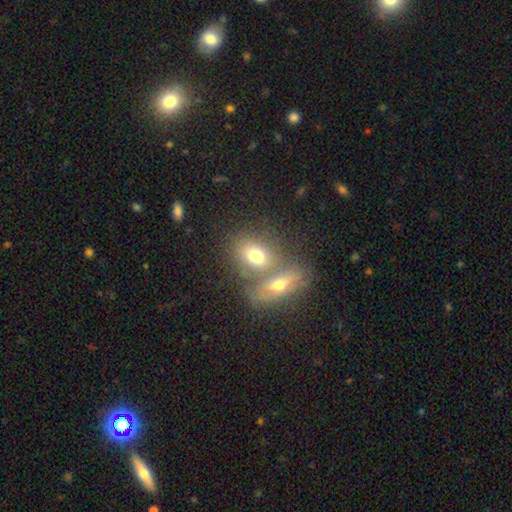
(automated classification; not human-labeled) This is likely a smooth galaxy (65%). How rounded: likely in between (69%). Merging: possibly merger (50%).